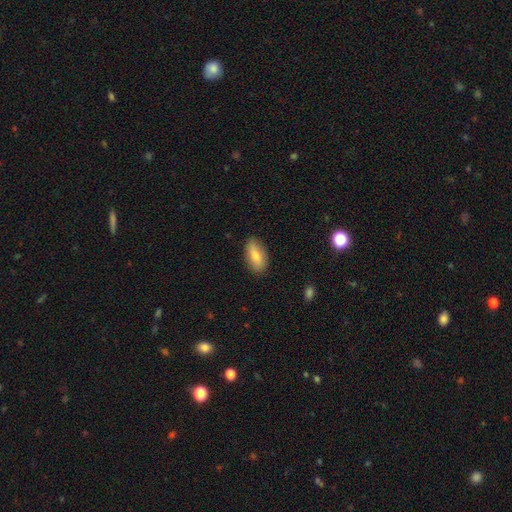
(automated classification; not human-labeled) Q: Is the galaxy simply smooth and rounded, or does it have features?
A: smooth — 74%.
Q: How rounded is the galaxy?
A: in between — 86%.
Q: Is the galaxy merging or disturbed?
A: none — 86%.